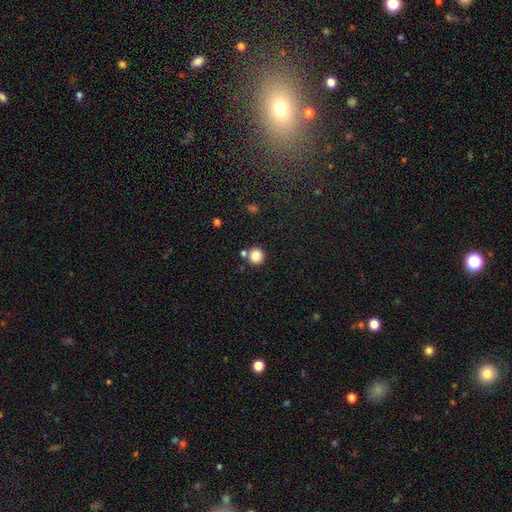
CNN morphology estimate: Smooth or featured?
  - smooth: 84% *
  - star or artifact: 11%
  - featured or disk: 6%
How rounded?
  - round: 91% *
  - in between: 8%
  - cigar-shaped: 1%
Merging?
  - none: 76% *
  - merger: 13%
  - minor disturbance: 8%
  - major disturbance: 2%